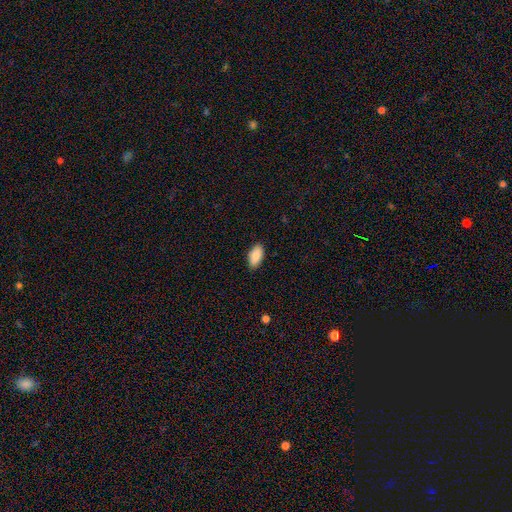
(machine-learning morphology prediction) A smooth galaxy with no disk features (88%) that is in between round and cigar-shaped (93%). Merging: none (88%).